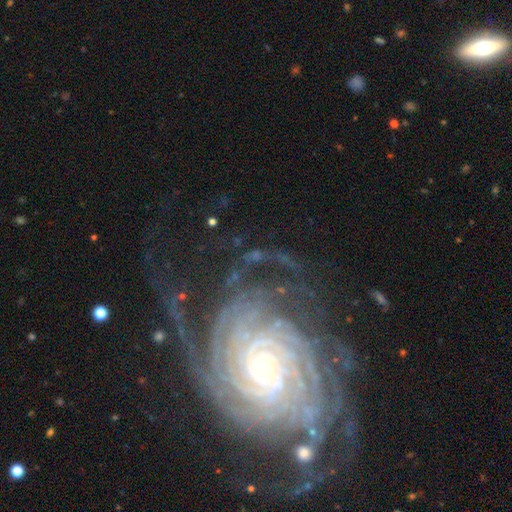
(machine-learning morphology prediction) Smooth or featured? Predicted: featured or disk (p=0.74). Edge-on disk? Predicted: no (p=0.95). Bar? Predicted: no (p=0.49). Spiral arms? Predicted: yes (p=0.93). Spiral winding? Predicted: tight (p=0.66). Spiral arm count? Predicted: can't tell (p=0.24). Bulge size? Predicted: small (p=0.63). Merging? Predicted: none (p=0.66).